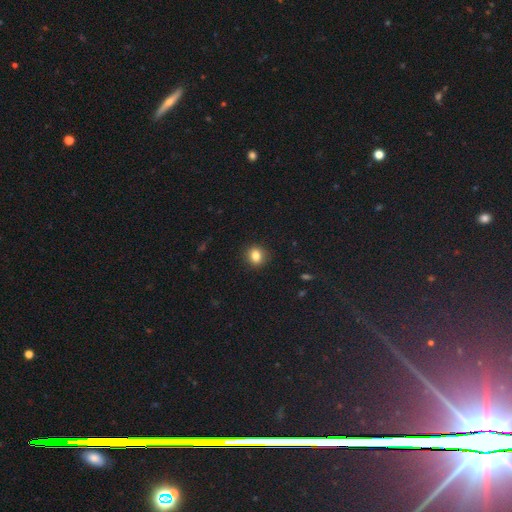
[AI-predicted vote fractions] A smooth galaxy with no disk features (83%) that is round (74%). Merging: none (89%).